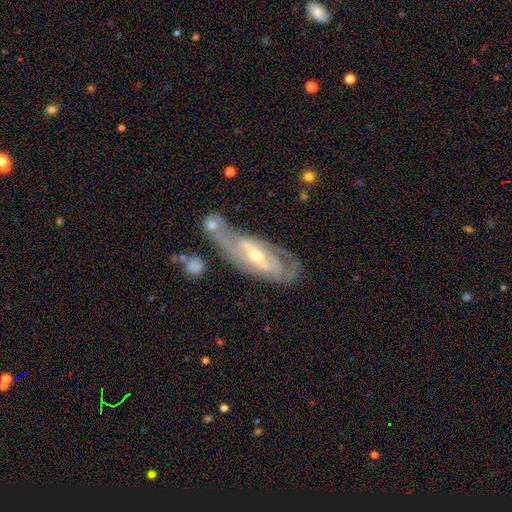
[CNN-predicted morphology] Q: Smooth or featured?
A: featured or disk (83%); runner-up: smooth (11%)
Q: Edge-on disk?
A: no (88%); runner-up: yes (12%)
Q: Bar?
A: weak (39%); runner-up: strong (34%)
Q: Spiral arms?
A: yes (88%); runner-up: no (12%)
Q: Spiral winding?
A: tight (53%); runner-up: medium (35%)
Q: Spiral arm count?
A: 2 (50%); runner-up: can't tell (31%)
Q: Bulge size?
A: moderate (49%); runner-up: small (48%)
Q: Merging?
A: none (44%); runner-up: merger (23%)